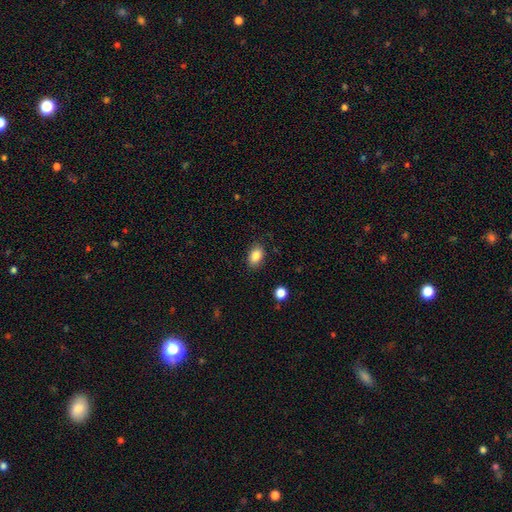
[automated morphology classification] This is clearly a smooth galaxy (86%). How rounded: clearly in between (85%). Merging: clearly none (85%).